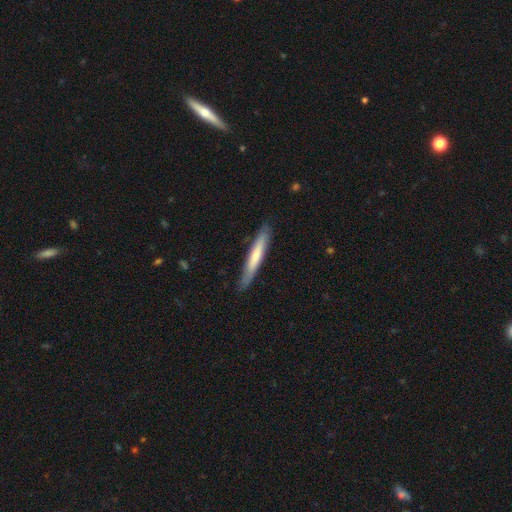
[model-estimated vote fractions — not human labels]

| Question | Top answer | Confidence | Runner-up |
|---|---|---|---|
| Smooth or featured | smooth | 62% | featured or disk (33%) |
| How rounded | cigar-shaped | 94% | in between (5%) |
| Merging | none | 86% | minor disturbance (11%) |